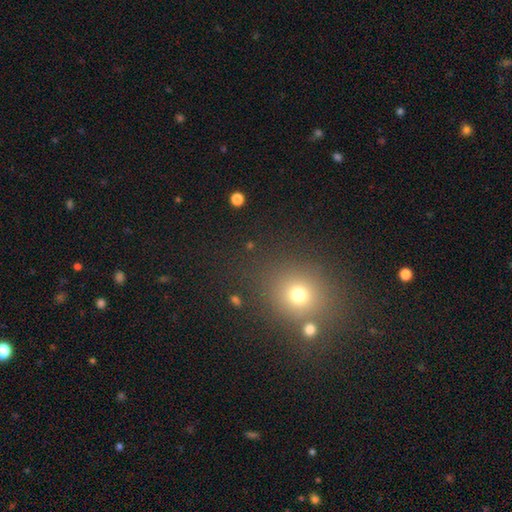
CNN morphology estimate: Smooth or featured?
  - smooth: 54% *
  - star or artifact: 38%
  - featured or disk: 8%
How rounded?
  - round: 76% *
  - in between: 22%
  - cigar-shaped: 1%
Merging?
  - none: 83% *
  - minor disturbance: 8%
  - merger: 6%
  - major disturbance: 3%